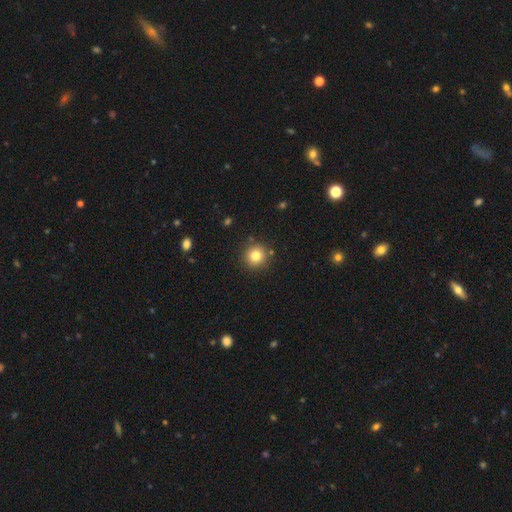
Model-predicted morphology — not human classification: Smooth or featured? Predicted: smooth (p=0.81). How rounded? Predicted: round (p=0.94). Merging? Predicted: none (p=0.88).